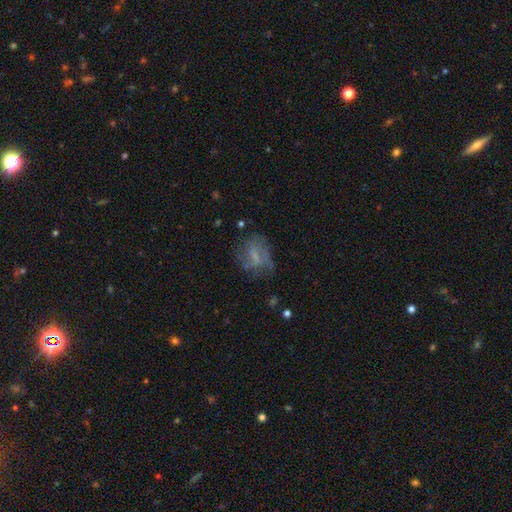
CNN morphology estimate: This is possibly a featured or disk galaxy (54%). It is clearly not viewed edge-on (96%). Bar: possibly weak (47%). Spiral arm pattern: possibly yes (57%). Central bulge: marginally small (39%). Merging: possibly none (51%).